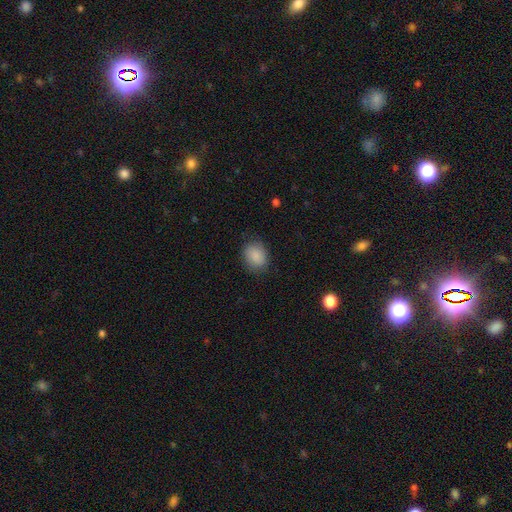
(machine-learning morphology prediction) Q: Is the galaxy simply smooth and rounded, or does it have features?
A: smooth — 88%.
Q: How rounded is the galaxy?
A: in between — 54%.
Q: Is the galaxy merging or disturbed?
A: none — 82%.